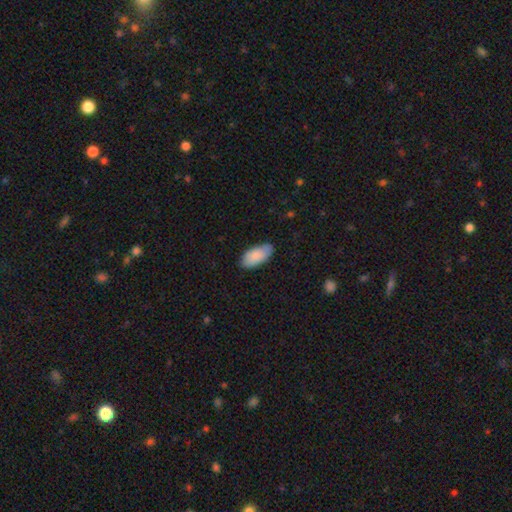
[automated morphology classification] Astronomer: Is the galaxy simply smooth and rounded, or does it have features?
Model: smooth — 85%.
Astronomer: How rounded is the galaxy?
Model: in between — 93%.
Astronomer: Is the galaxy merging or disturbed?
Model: none — 82%.